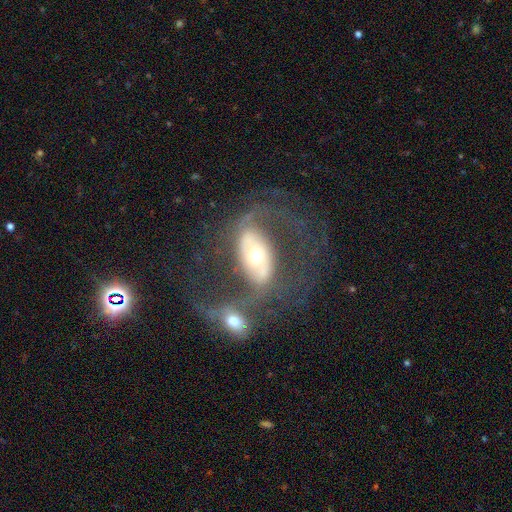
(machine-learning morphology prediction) Overall: featured or disk (73%). Edge-on disk: no (93%). Bar: no (53%; weak 25%). Spiral arms: yes (73%). Bulge size: moderate (70%). Merging: merger (35%; none 33%).